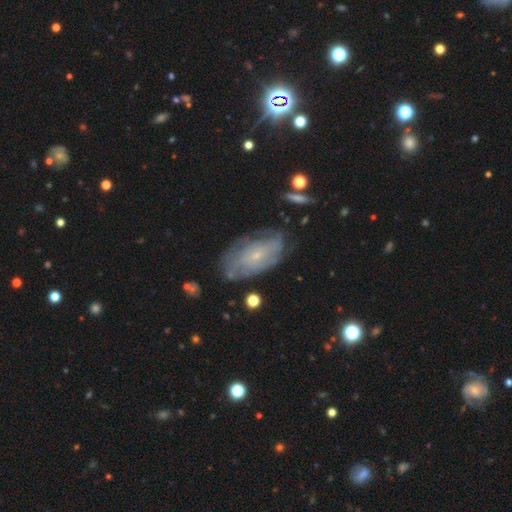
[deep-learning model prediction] Smooth or featured? Predicted: featured or disk (p=0.66). Edge-on disk? Predicted: no (p=0.92). Bar? Predicted: no (p=0.74). Spiral arms? Predicted: yes (p=0.78). Bulge size? Predicted: small (p=0.81). Merging? Predicted: none (p=0.69).